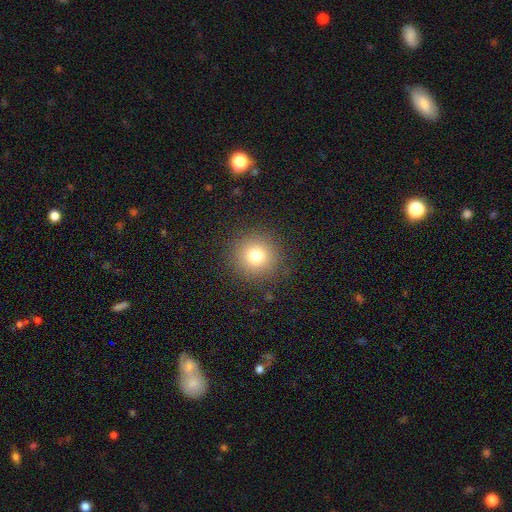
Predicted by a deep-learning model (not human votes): smooth_or_featured: smooth (p=0.77) [alt: star or artifact p=0.14]
how_rounded: round (p=0.94) [alt: in between p=0.05]
merging: none (p=0.89) [alt: minor disturbance p=0.07]